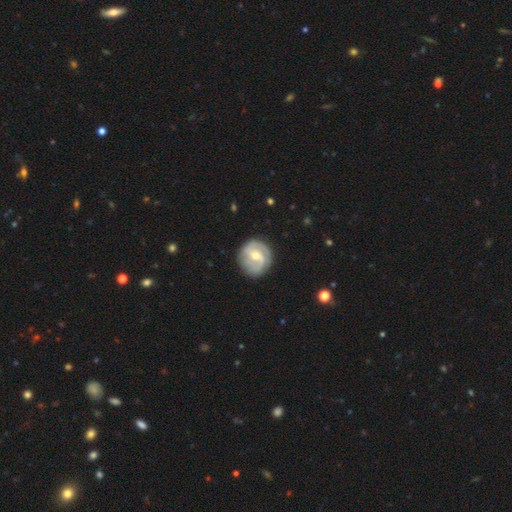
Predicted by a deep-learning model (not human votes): Q: Smooth or featured?
A: featured or disk (81%); runner-up: smooth (14%)
Q: Edge-on disk?
A: no (98%); runner-up: yes (2%)
Q: Bar?
A: weak (49%); runner-up: no (36%)
Q: Spiral arms?
A: yes (94%); runner-up: no (6%)
Q: Spiral winding?
A: tight (45%); runner-up: medium (41%)
Q: Spiral arm count?
A: 2 (57%); runner-up: 3 (18%)
Q: Bulge size?
A: moderate (49%); runner-up: small (47%)
Q: Merging?
A: none (81%); runner-up: minor disturbance (13%)